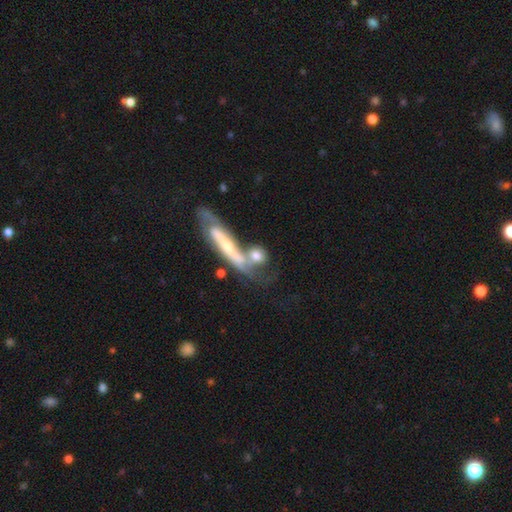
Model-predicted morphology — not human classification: The model was most divided on "merging": merger: 46%, none: 32%, minor disturbance: 12%, major disturbance: 10%. Remaining: smooth or featured — smooth (57%); how rounded — round (48%).